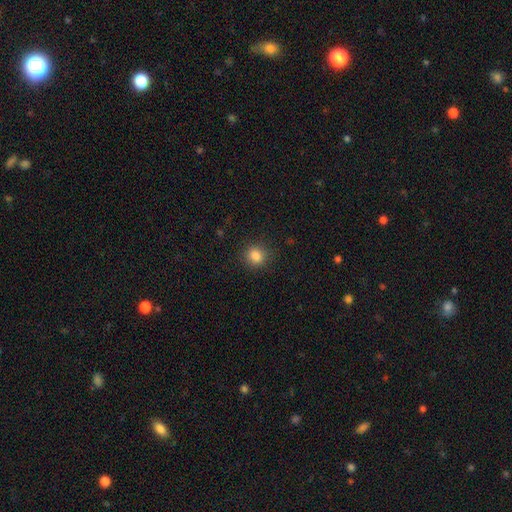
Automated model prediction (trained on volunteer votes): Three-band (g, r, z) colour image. It shows a smooth galaxy with no disk features (84%) that is round (82%). Merging: none (88%).